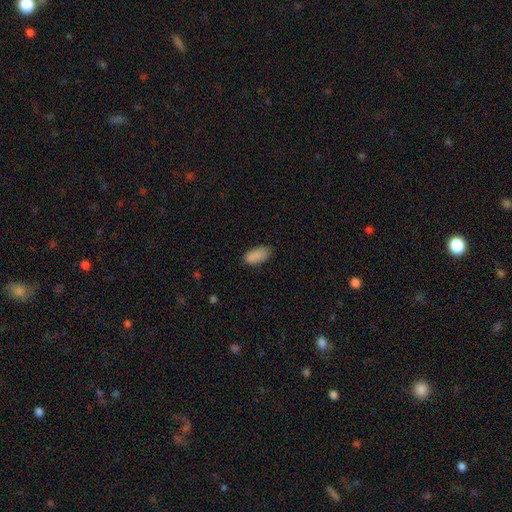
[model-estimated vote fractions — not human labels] Smooth or featured? smooth (88%)
How rounded? in between (92%)
Merging? none (76%)